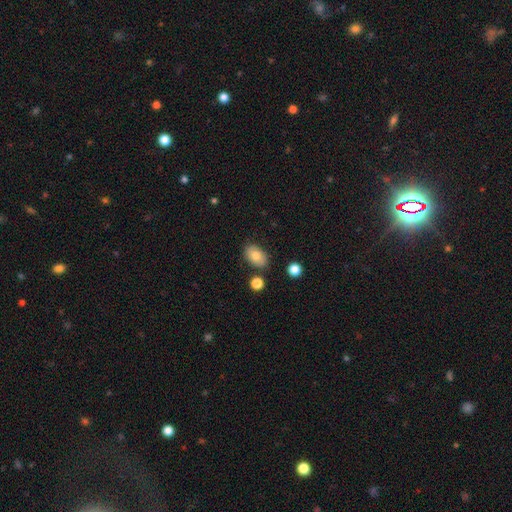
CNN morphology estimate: This is likely a smooth galaxy (79%). How rounded: clearly in between (87%). Merging: clearly none (80%).